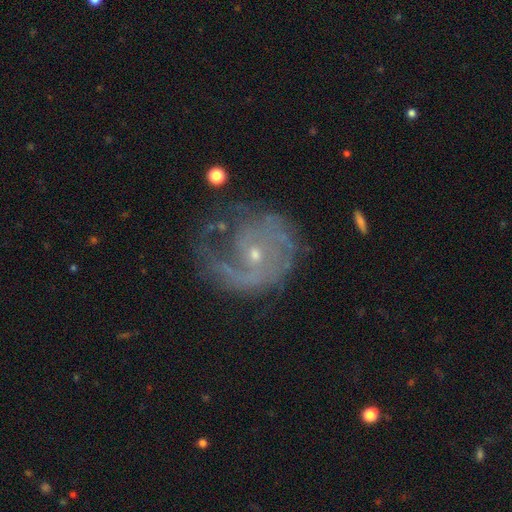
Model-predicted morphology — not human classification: Smooth or featured? featured or disk (79%)
Edge-on disk? no (98%)
Bar? no (74%)
Spiral arms? yes (88%)
Spiral winding? tight (42%)
Spiral arm count? 2 (29%)
Bulge size? small (77%)
Merging? none (51%)